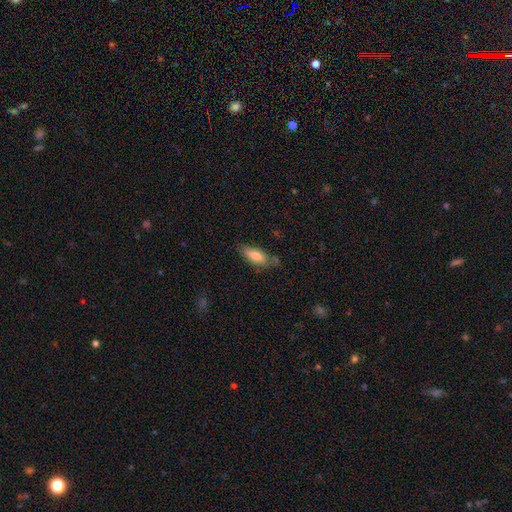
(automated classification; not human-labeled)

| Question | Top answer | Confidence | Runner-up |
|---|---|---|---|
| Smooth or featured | smooth | 76% | featured or disk (17%) |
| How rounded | in between | 68% | cigar-shaped (30%) |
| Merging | none | 67% | minor disturbance (22%) |